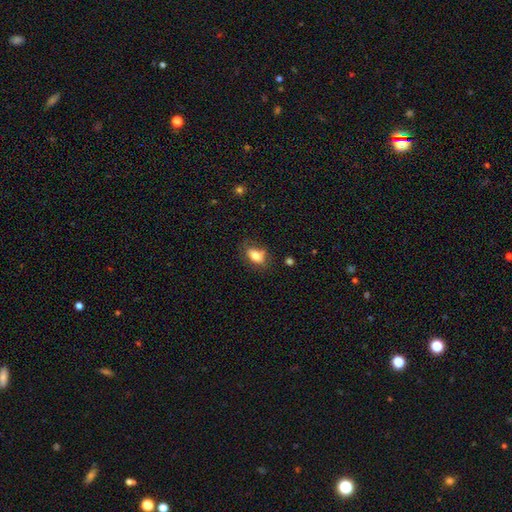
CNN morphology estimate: Smooth or featured? Predicted: smooth (p=0.77). How rounded? Predicted: in between (p=0.84). Merging? Predicted: none (p=0.63).